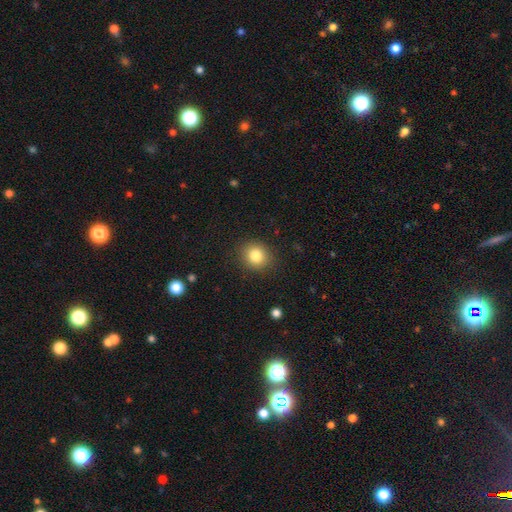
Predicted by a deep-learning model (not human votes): Smooth or featured?
  - smooth: 83% *
  - star or artifact: 10%
  - featured or disk: 7%
How rounded?
  - round: 79% *
  - in between: 20%
  - cigar-shaped: 1%
Merging?
  - none: 88% *
  - minor disturbance: 8%
  - major disturbance: 3%
  - merger: 1%